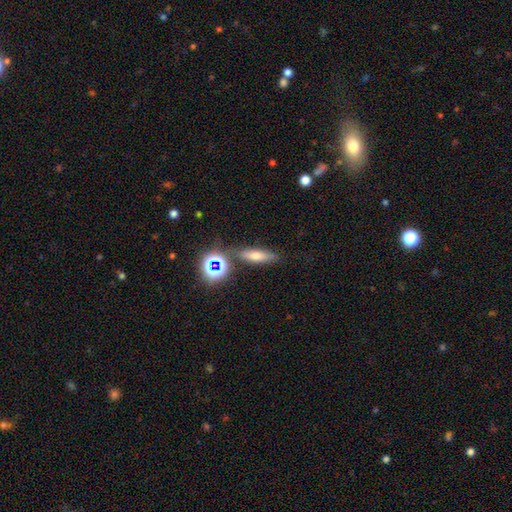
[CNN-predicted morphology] Smooth or featured? smooth (52%)
How rounded? cigar-shaped (59%)
Merging? none (79%)